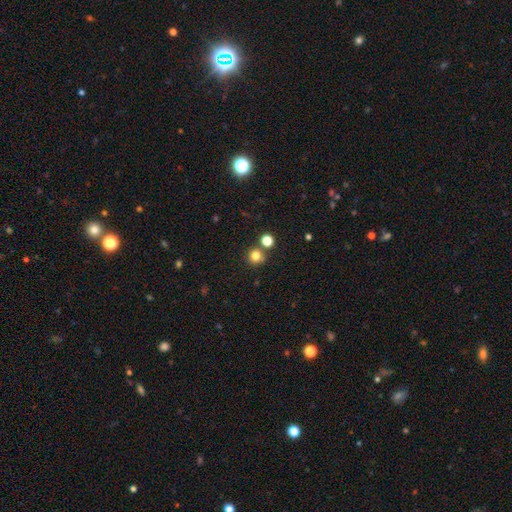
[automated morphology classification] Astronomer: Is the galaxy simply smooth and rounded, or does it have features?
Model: smooth — 79%.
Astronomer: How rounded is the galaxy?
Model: round — 93%.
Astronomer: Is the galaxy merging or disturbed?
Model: none — 76%.